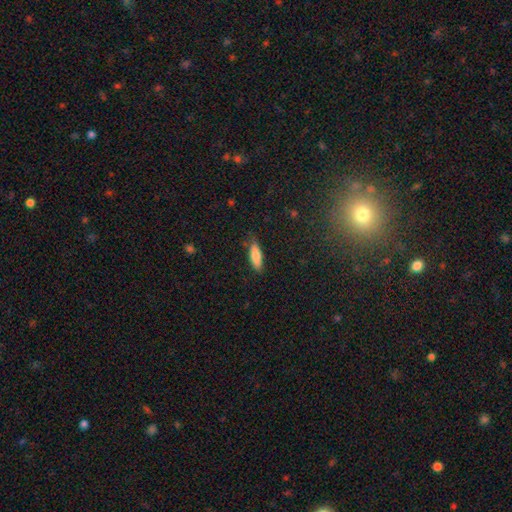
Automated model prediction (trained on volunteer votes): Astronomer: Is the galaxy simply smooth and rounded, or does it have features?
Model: smooth — 83%.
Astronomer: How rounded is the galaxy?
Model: in between — 53% (runner-up: cigar-shaped, 45%).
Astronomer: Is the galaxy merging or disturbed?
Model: none — 77%.